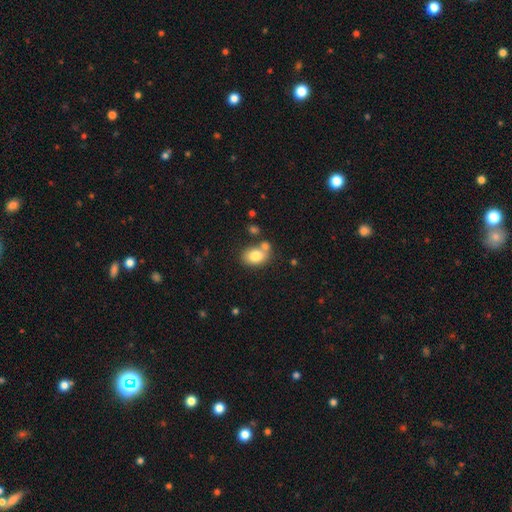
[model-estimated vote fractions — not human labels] smooth-or-featured: smooth: 80% | featured or disk: 11% | star or artifact: 8%
  how-rounded: in between: 70% | round: 29% | cigar-shaped: 1%
  merging: none: 53% | merger: 27% | minor disturbance: 15% | major disturbance: 5%